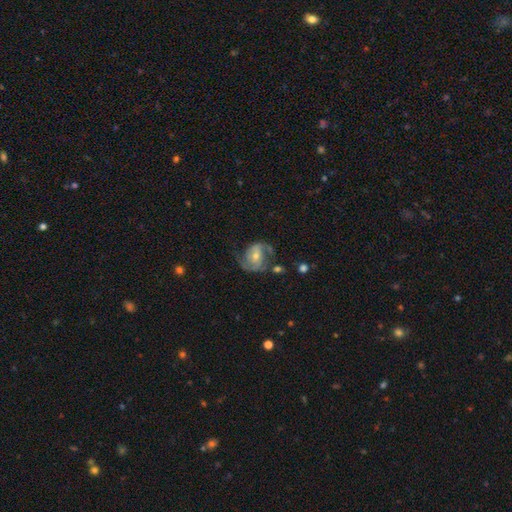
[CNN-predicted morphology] Smooth or featured?
  - featured or disk: 81% *
  - smooth: 12%
  - star or artifact: 7%
Edge-on disk?
  - no: 97% *
  - yes: 3%
Bar?
  - weak: 40% *
  - no: 39%
  - strong: 21%
Spiral arms?
  - yes: 92% *
  - no: 8%
Spiral winding?
  - medium: 49% *
  - tight: 26%
  - loose: 25%
Spiral arm count?
  - 2: 82% *
  - can't tell: 8%
  - 3: 4%
  - 1: 3%
  - 4: 1%
  - more than 4: 1%
Bulge size?
  - moderate: 50% *
  - small: 44%
  - large: 3%
  - none: 2%
  - dominant: 1%
Merging?
  - none: 62% *
  - minor disturbance: 19%
  - major disturbance: 15%
  - merger: 4%